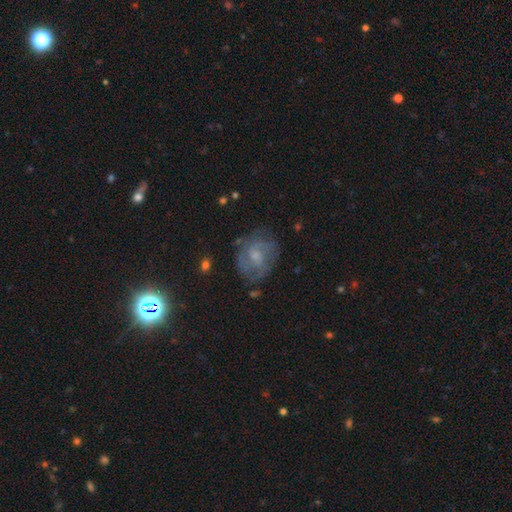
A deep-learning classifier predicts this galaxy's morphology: This appears to be a featured or disk galaxy (65%) with no bar (59%), spiral arms (79%) and a small central bulge (51%). Merging: none (68%).